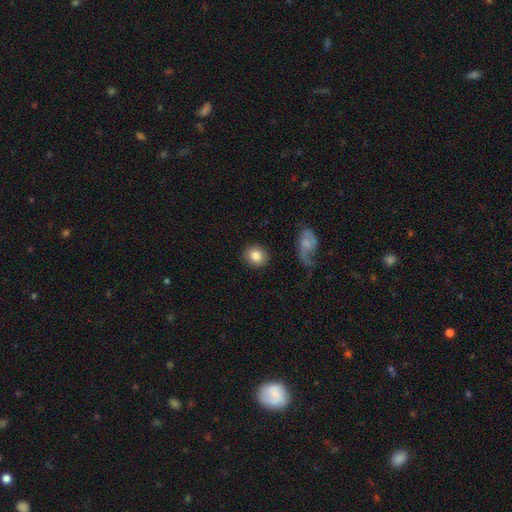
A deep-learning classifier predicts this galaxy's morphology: Q: Smooth or featured?
A: smooth (84%); runner-up: featured or disk (8%)
Q: How rounded?
A: round (82%); runner-up: in between (17%)
Q: Merging?
A: none (87%); runner-up: minor disturbance (8%)